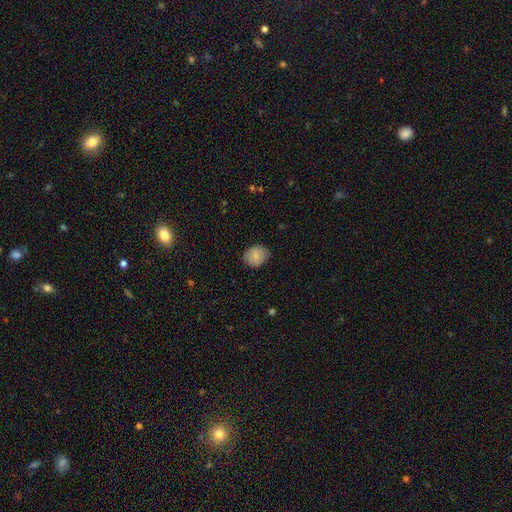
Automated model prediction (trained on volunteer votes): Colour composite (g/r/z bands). It shows a smooth galaxy with no disk features (82%) that is round (57%). Merging: none (80%).